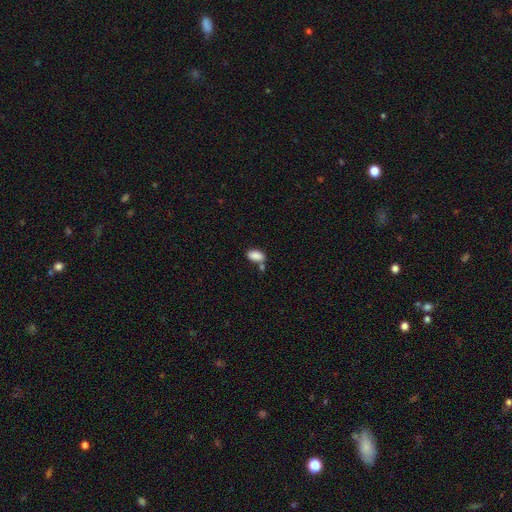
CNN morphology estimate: Smooth or featured?
  - smooth: 88% *
  - star or artifact: 8%
  - featured or disk: 5%
How rounded?
  - in between: 93% *
  - round: 4%
  - cigar-shaped: 3%
Merging?
  - none: 59% *
  - merger: 22%
  - minor disturbance: 15%
  - major disturbance: 4%